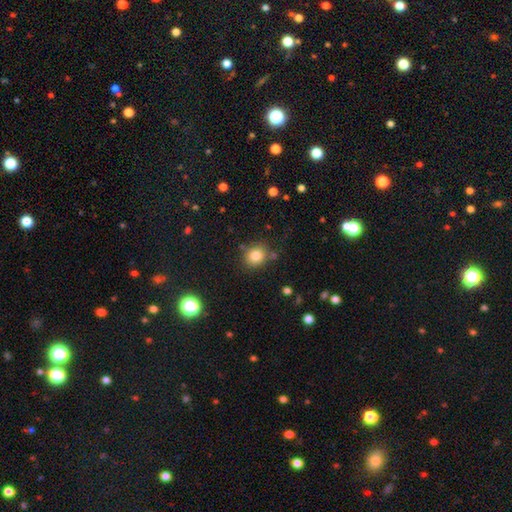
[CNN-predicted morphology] Smooth or featured? smooth (82%)
How rounded? round (74%)
Merging? none (81%)